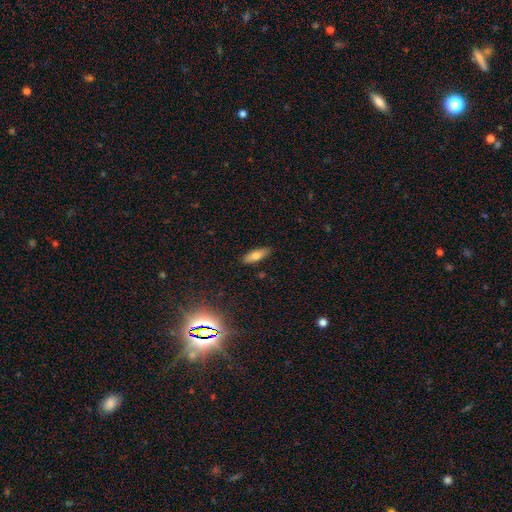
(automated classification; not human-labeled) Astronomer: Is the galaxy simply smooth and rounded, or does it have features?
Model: smooth — 73%.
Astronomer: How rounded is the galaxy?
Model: in between — 59% (runner-up: cigar-shaped, 38%).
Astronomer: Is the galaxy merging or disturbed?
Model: none — 87%.